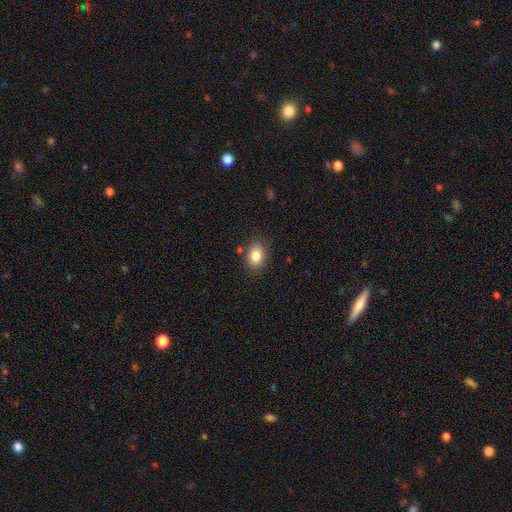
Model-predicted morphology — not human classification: A smooth galaxy with no disk features (84%) that is in between round and cigar-shaped (67%).

Vote fractions:
- Smooth or featured? smooth: 84% / star or artifact: 9% / featured or disk: 7%
- How rounded? in between: 67% / round: 32% / cigar-shaped: 1%
- Merging? none: 82% / minor disturbance: 12% / merger: 3% / major disturbance: 3%